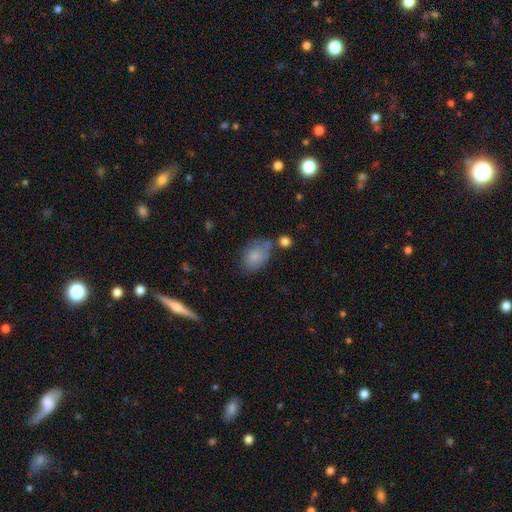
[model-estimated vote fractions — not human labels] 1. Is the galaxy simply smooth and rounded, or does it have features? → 80% smooth, 12% featured or disk, 8% star or artifact.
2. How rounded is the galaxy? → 84% in between, 15% round, 1% cigar-shaped.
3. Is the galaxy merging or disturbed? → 55% none, 25% minor disturbance, 12% merger, 8% major disturbance.